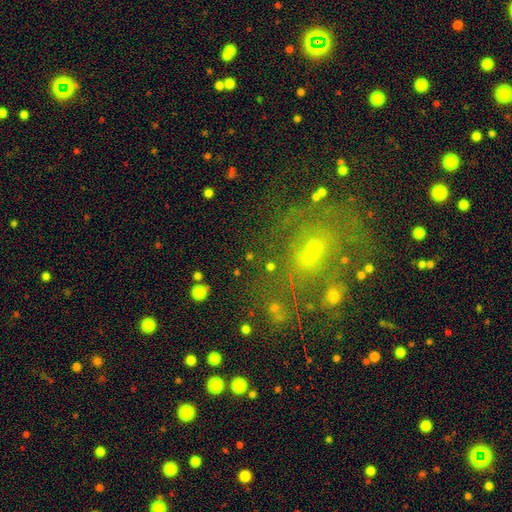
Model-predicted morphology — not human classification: Q: Smooth or featured?
A: smooth (38%); tied with: featured or disk (38%)
Q: Merging?
A: none (64%); runner-up: minor disturbance (19%)